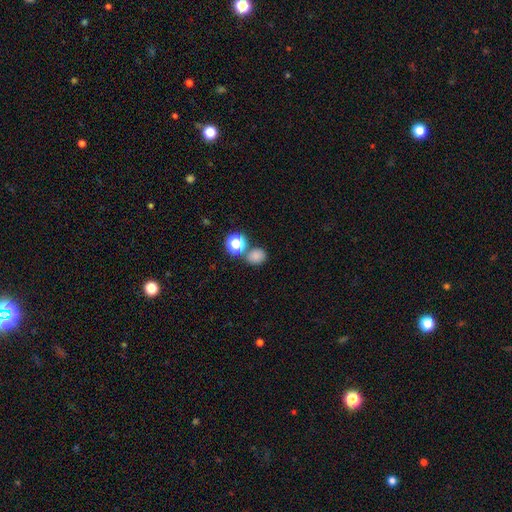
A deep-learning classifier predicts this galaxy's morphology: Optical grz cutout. It shows a smooth galaxy with no disk features (78%) that is round (70%). Merging: none (68%).